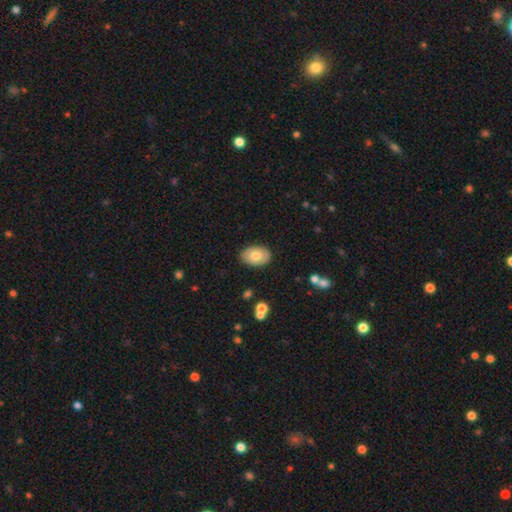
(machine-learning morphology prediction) A smooth galaxy with no disk features (72%) that is in between round and cigar-shaped (88%).

Vote fractions:
- Smooth or featured? smooth: 72% / featured or disk: 21% / star or artifact: 6%
- How rounded? in between: 88% / round: 11% / cigar-shaped: 1%
- Merging? none: 86% / minor disturbance: 11% / major disturbance: 2% / merger: 1%